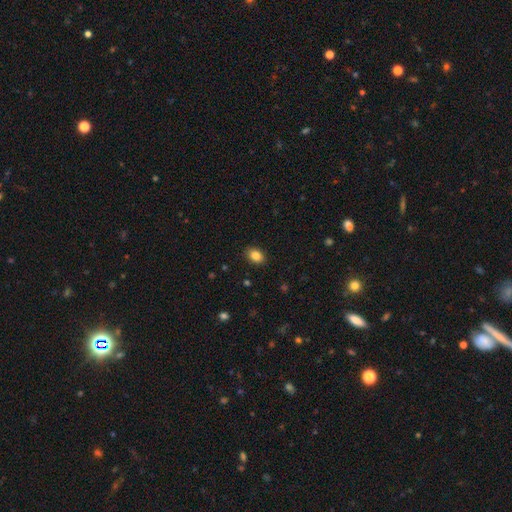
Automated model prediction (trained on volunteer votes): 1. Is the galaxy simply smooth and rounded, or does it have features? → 86% smooth, 9% star or artifact, 5% featured or disk.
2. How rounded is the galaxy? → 75% in between, 24% round, 1% cigar-shaped.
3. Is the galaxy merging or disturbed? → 88% none, 9% minor disturbance, 2% major disturbance, 1% merger.